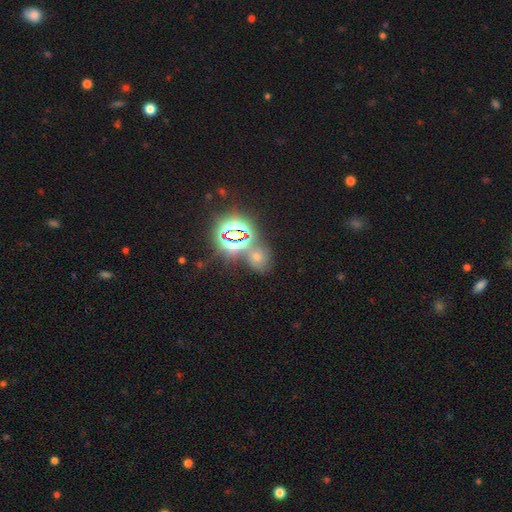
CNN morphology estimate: Smooth or featured?
  - star or artifact: 55% *
  - smooth: 34%
  - featured or disk: 11%